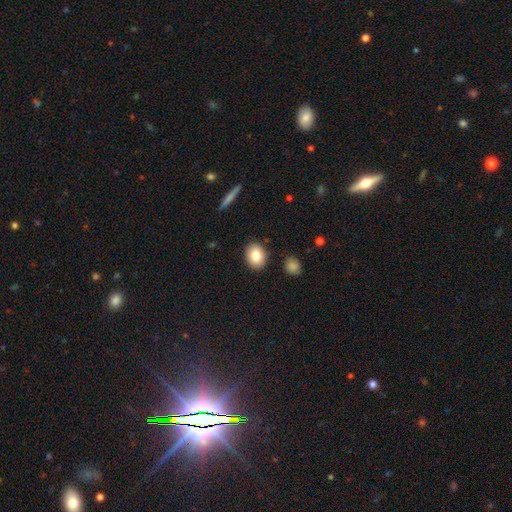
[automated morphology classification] Smooth or featured? Predicted: smooth (p=0.81). How rounded? Predicted: in between (p=0.55). Merging? Predicted: none (p=0.89).